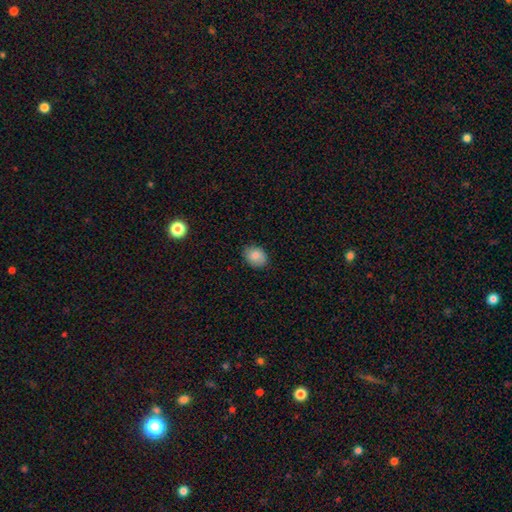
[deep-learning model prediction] smooth 83%, featured or disk 9%, star or artifact 8%. Down the decision tree: how rounded — in between (57%); merging — none (82%).